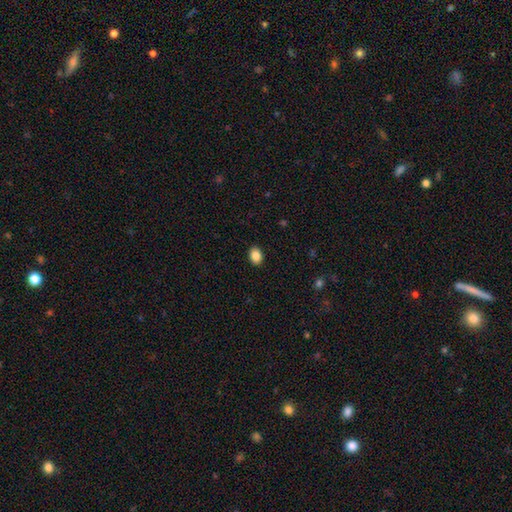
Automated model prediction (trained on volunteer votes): smooth_or_featured: smooth (p=0.87) [alt: star or artifact p=0.09]
how_rounded: in between (p=0.73) [alt: round p=0.26]
merging: none (p=0.90) [alt: minor disturbance p=0.07]